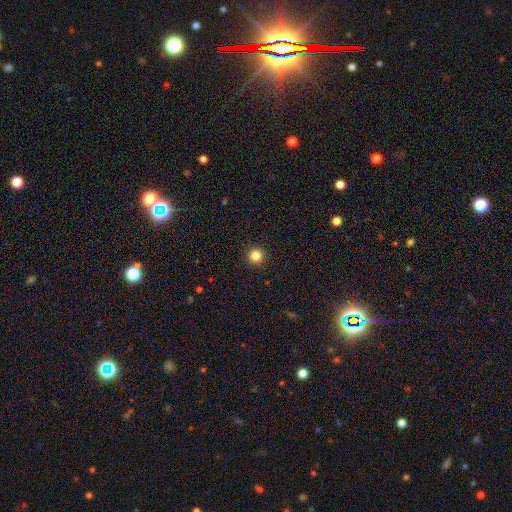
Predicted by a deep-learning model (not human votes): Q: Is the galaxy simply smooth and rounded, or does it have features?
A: smooth — 83%.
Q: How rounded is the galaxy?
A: round — 96%.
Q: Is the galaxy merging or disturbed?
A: none — 93%.